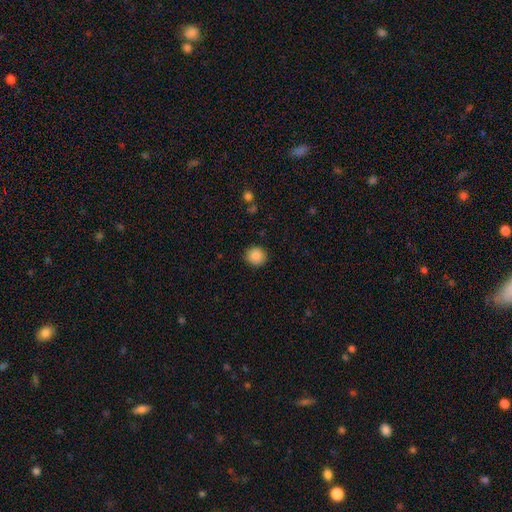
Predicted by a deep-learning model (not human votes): Morphology: type=smooth (87%); roundness=round (90%); merging=none (90%).